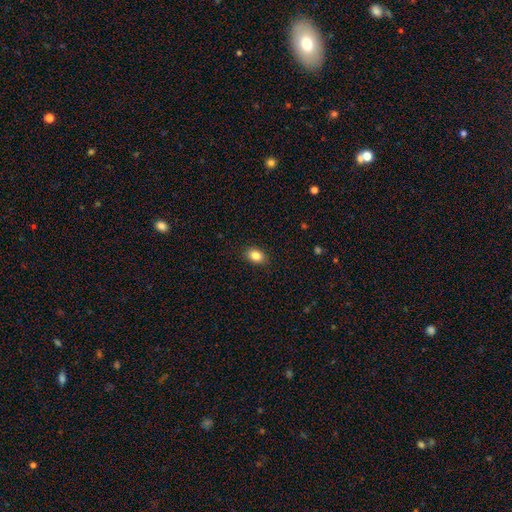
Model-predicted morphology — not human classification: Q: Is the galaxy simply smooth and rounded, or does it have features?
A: smooth — 84%.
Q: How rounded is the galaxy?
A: in between — 77%.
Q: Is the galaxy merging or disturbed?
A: none — 88%.